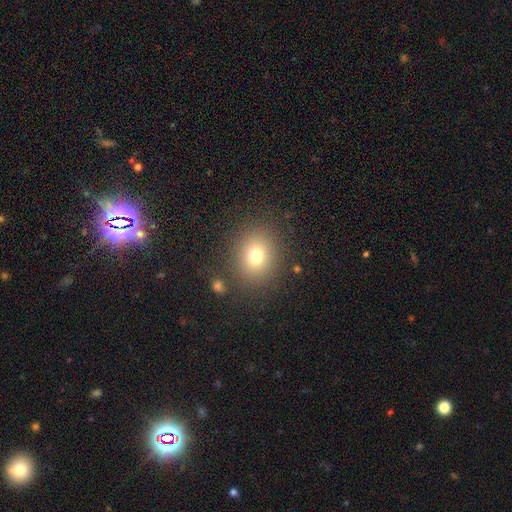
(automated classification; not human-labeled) Smooth or featured? smooth (75%)
How rounded? round (69%)
Merging? none (85%)